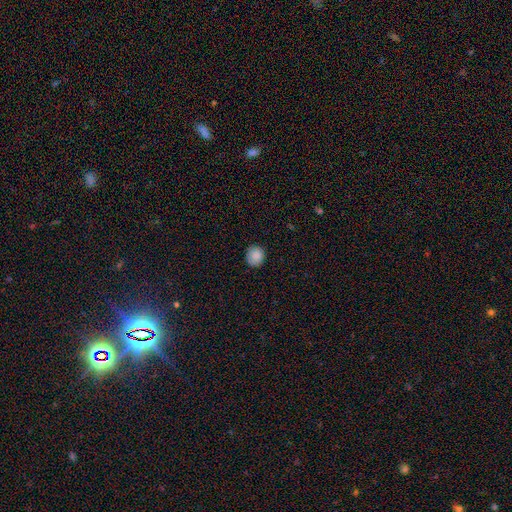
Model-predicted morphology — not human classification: smooth-or-featured: smooth: 87% | star or artifact: 9% | featured or disk: 4%
  how-rounded: round: 89% | in between: 10% | cigar-shaped: 1%
  merging: none: 87% | minor disturbance: 10% | major disturbance: 2% | merger: 1%